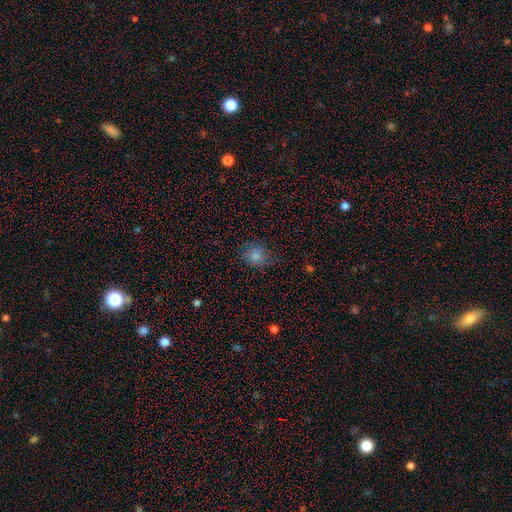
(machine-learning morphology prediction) This appears to be a smooth galaxy with no disk features (80%) that is round (69%). Merging: none (78%).